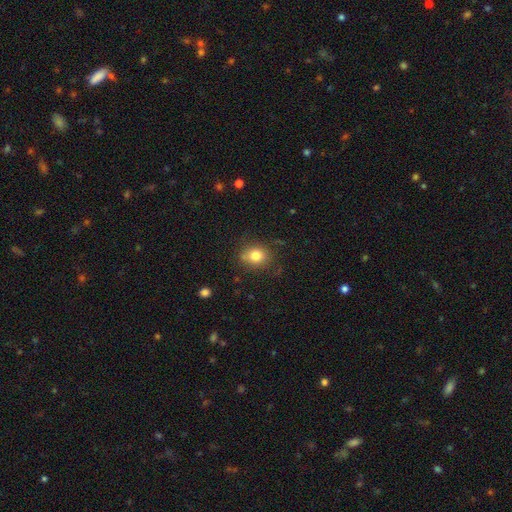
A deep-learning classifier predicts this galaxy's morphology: Overall: smooth (78%). How rounded: round (70%). Merging: none (75%).